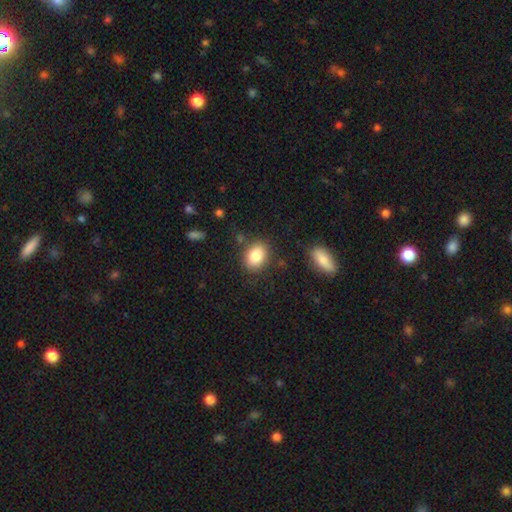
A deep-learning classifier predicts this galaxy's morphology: smooth-or-featured: smooth: 85% | star or artifact: 8% | featured or disk: 8%
  how-rounded: in between: 70% | round: 28% | cigar-shaped: 1%
  merging: none: 80% | minor disturbance: 12% | merger: 4% | major disturbance: 3%